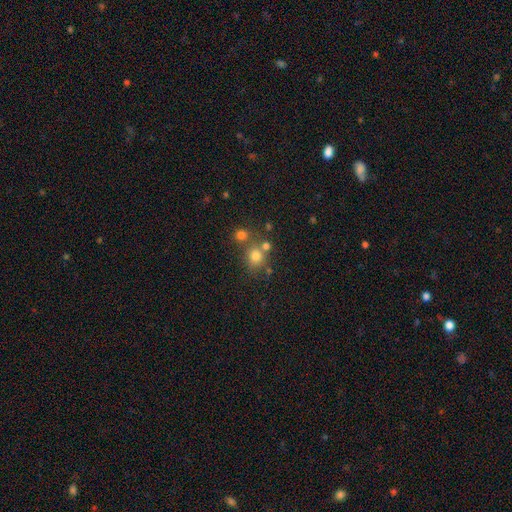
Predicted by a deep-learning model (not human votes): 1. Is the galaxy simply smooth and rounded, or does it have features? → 74% smooth, 16% star or artifact, 10% featured or disk.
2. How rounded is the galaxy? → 81% round, 18% in between, 1% cigar-shaped.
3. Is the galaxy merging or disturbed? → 58% none, 27% merger, 10% minor disturbance, 5% major disturbance.